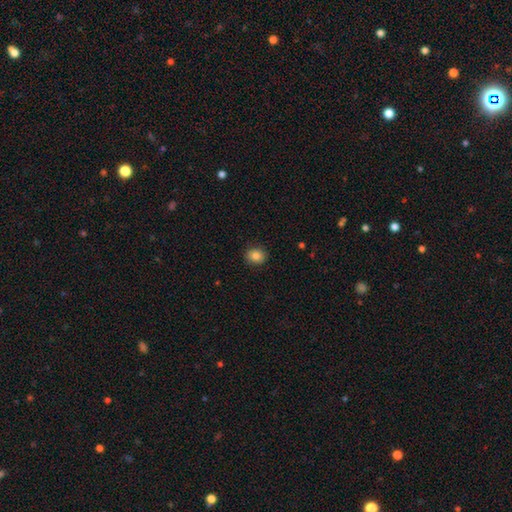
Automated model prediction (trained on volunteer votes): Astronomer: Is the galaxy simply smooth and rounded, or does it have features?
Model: smooth — 83%.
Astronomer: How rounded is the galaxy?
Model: round — 68%.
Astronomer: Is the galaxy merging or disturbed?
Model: none — 89%.